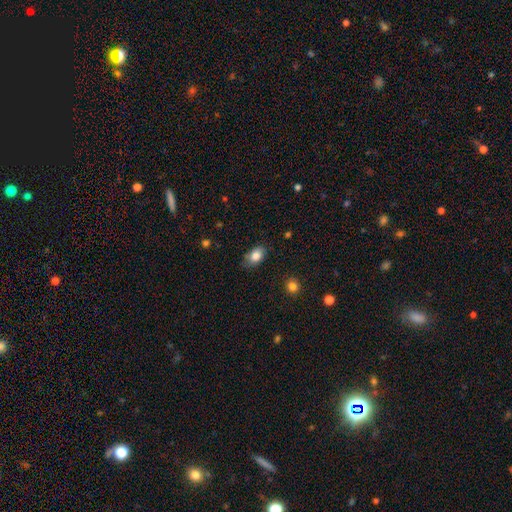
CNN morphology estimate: type=smooth (83%); roundness=in between (85%); merging=none (75%).